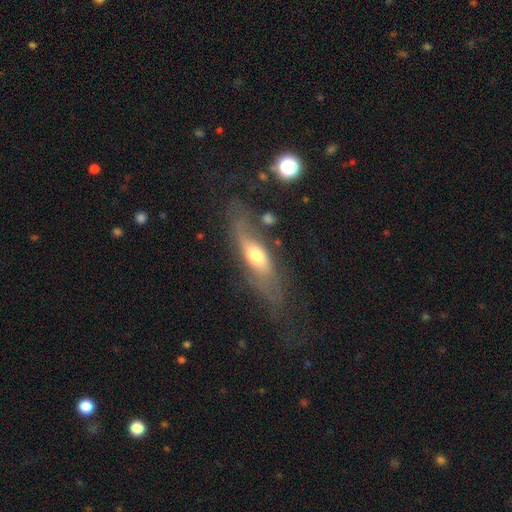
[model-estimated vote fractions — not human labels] Smooth or featured?
  - featured or disk: 57% *
  - smooth: 36%
  - star or artifact: 7%
Edge-on disk?
  - no: 60% *
  - yes: 40%
Merging?
  - none: 49% *
  - minor disturbance: 25%
  - major disturbance: 22%
  - merger: 4%